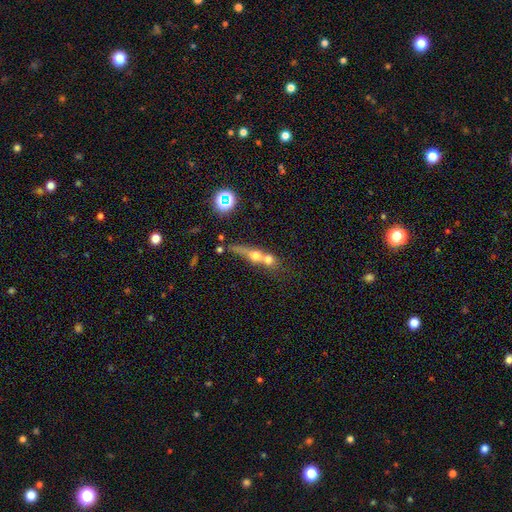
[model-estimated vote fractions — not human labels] This is possibly a smooth galaxy (53%). How rounded: possibly round (45%). Merging: likely merger (66%).